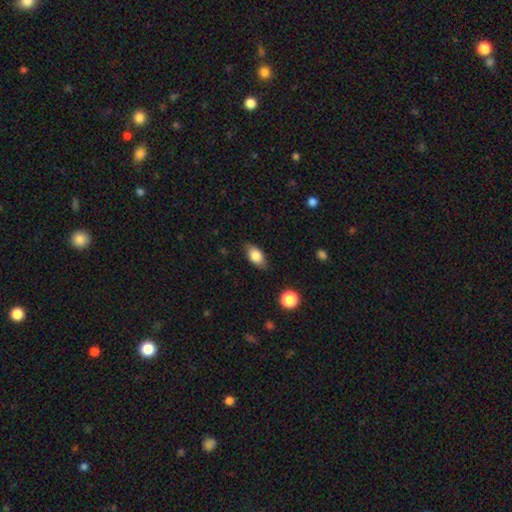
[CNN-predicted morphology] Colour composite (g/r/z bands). It shows a smooth galaxy with no disk features (82%) that is in between round and cigar-shaped (88%). Merging: none (82%).